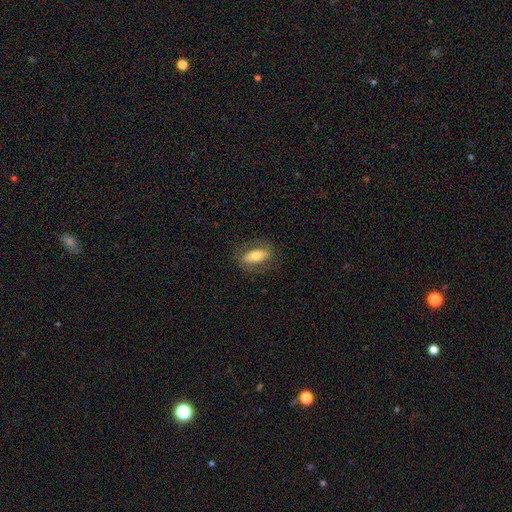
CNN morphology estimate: Overall: smooth (57%; featured or disk 36%). How rounded: in between (76%). Merging: none (81%).